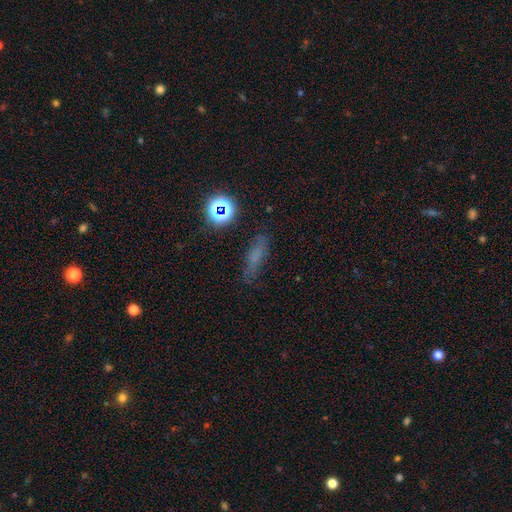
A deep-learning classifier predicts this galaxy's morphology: smooth-or-featured: smooth: 56% | star or artifact: 23% | featured or disk: 20%
  how-rounded: cigar-shaped: 55% | in between: 38% | round: 8%
  merging: none: 74% | minor disturbance: 17% | major disturbance: 6% | merger: 3%